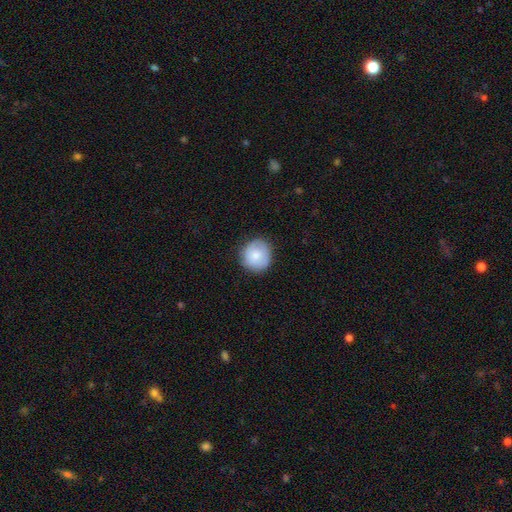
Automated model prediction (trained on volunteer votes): A smooth galaxy with no disk features (78%) that is round (89%). Merging: none (83%).